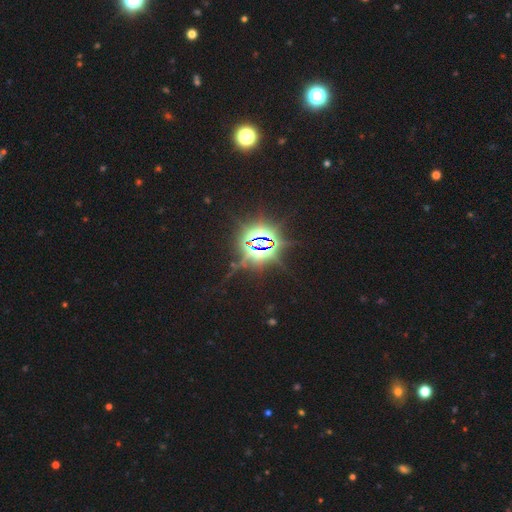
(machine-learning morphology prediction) This appears to be a star or artifact, not a galaxy (86%).